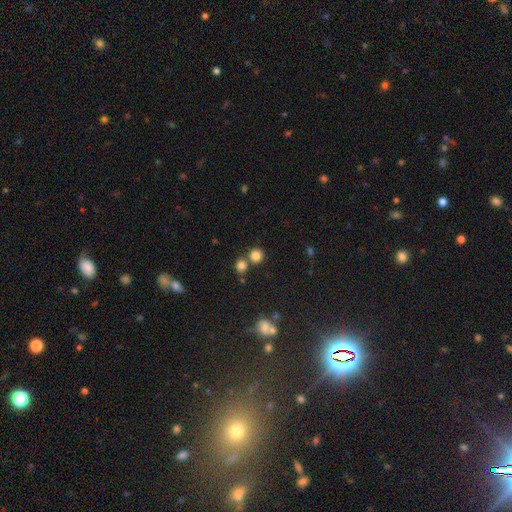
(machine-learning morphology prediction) smooth-or-featured: smooth: 80% | star or artifact: 14% | featured or disk: 6%
  how-rounded: round: 89% | in between: 10% | cigar-shaped: 1%
  merging: none: 67% | merger: 23% | minor disturbance: 7% | major disturbance: 3%